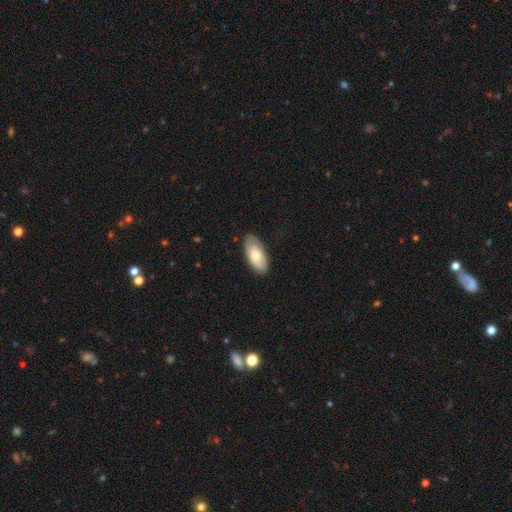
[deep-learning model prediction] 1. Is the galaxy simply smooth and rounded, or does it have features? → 64% smooth, 30% featured or disk, 6% star or artifact.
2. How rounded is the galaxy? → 92% in between, 6% cigar-shaped, 2% round.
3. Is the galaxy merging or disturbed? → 81% none, 15% minor disturbance, 3% major disturbance, 1% merger.